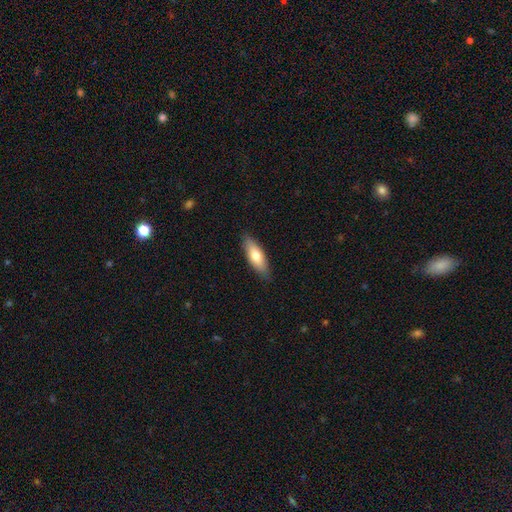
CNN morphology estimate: This is likely a smooth galaxy (71%). How rounded: likely in between (62%). Merging: clearly none (86%).